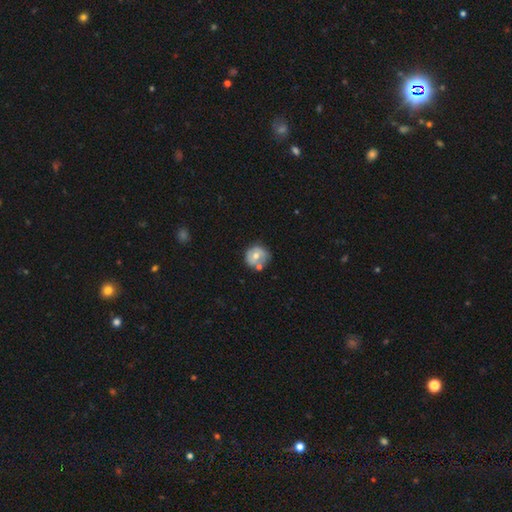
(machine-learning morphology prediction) A smooth galaxy with no disk features (47%). Merging: none (56%).